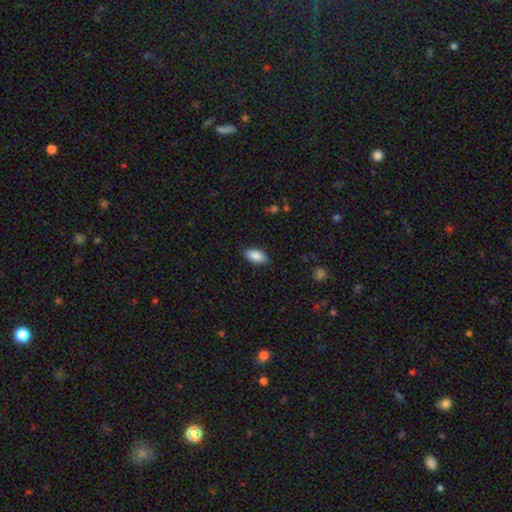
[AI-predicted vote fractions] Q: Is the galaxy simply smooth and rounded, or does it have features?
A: smooth — 87%.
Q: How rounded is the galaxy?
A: in between — 91%.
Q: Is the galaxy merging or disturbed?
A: none — 84%.